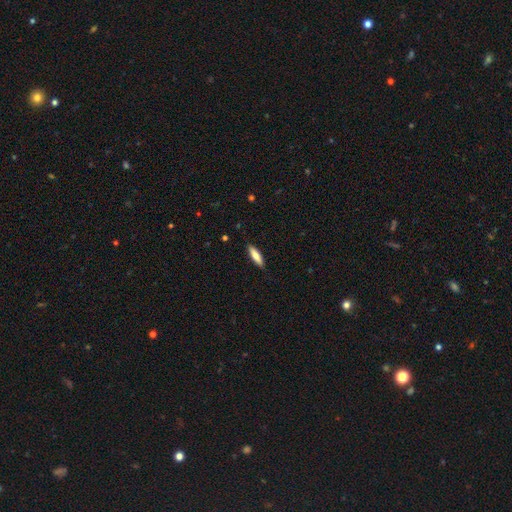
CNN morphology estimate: smooth_or_featured: smooth (p=0.77) [alt: featured or disk p=0.17]
how_rounded: cigar-shaped (p=0.64) [alt: in between p=0.35]
merging: none (p=0.88) [alt: minor disturbance p=0.09]